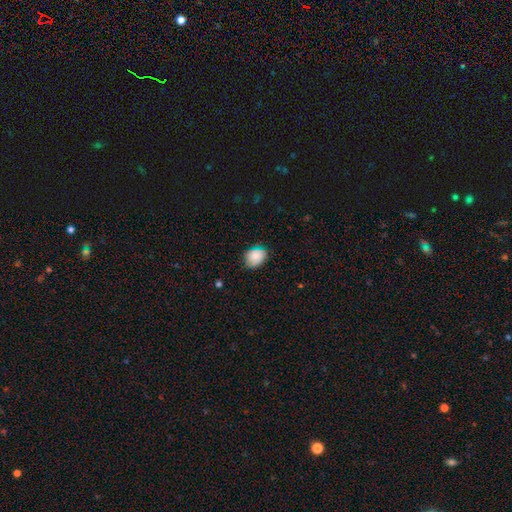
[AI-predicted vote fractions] smooth_or_featured: smooth (p=0.82) [alt: star or artifact p=0.09]
how_rounded: in between (p=0.52) [alt: round p=0.47]
merging: none (p=0.77) [alt: minor disturbance p=0.19]